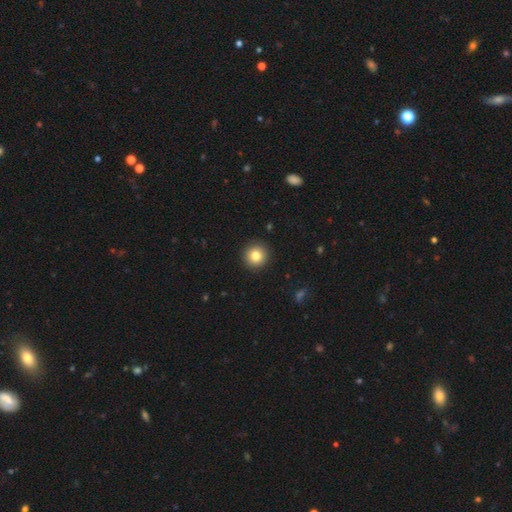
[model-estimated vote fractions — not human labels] This appears to be a smooth galaxy with no disk features (82%) that is round (95%). Merging: none (92%).